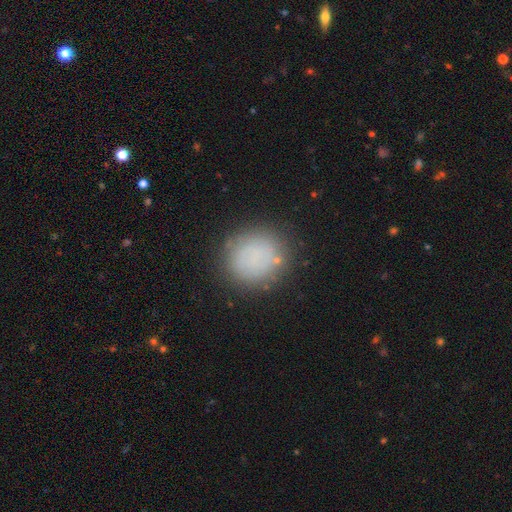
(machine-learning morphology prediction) Smooth or featured? smooth (76%)
How rounded? round (84%)
Merging? none (82%)